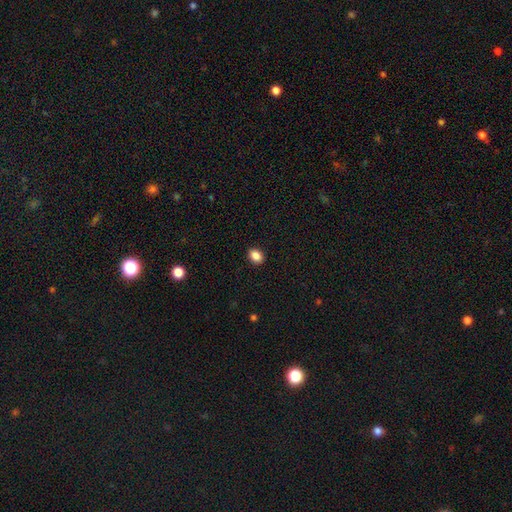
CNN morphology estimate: This appears to be a smooth galaxy with no disk features (87%) that is in between round and cigar-shaped (66%). Merging: none (90%).